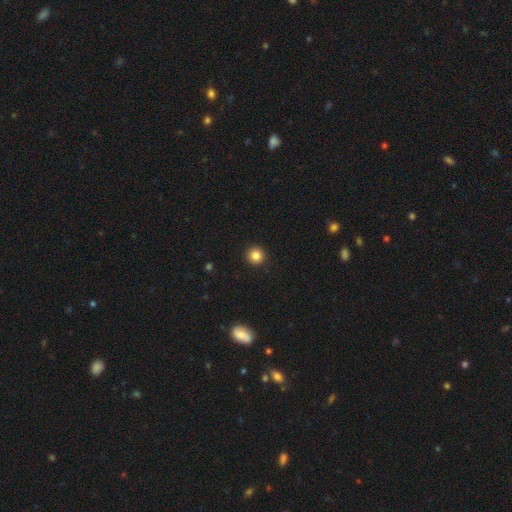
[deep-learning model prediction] This is clearly a smooth galaxy (84%). How rounded: clearly round (95%). Merging: clearly none (93%).